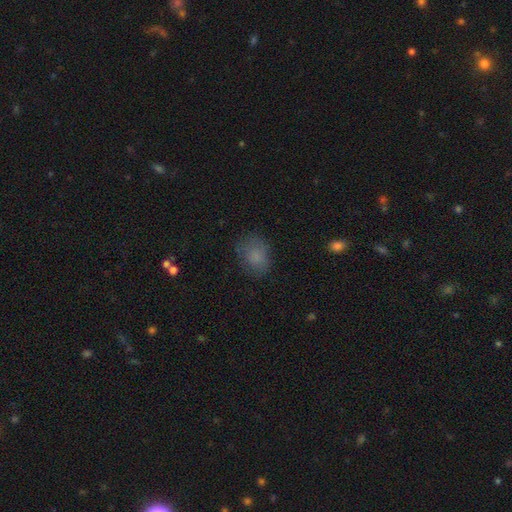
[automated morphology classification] Smooth or featured: smooth — 79% (star or artifact — 11%)
How rounded: in between — 61% (round — 38%)
Merging: none — 70% (minor disturbance — 20%)